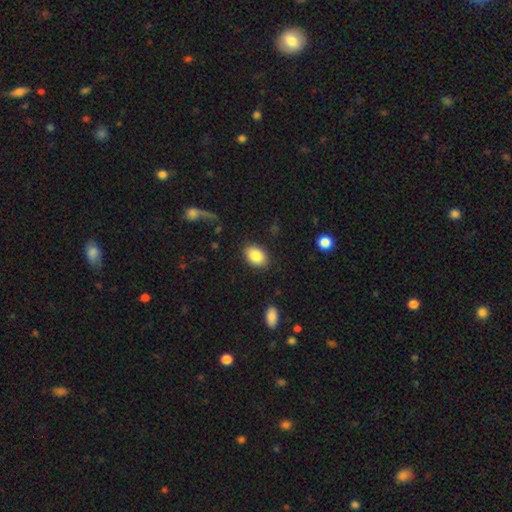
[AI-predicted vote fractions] Morphology: type=smooth (87%); roundness=in between (85%); merging=none (87%).